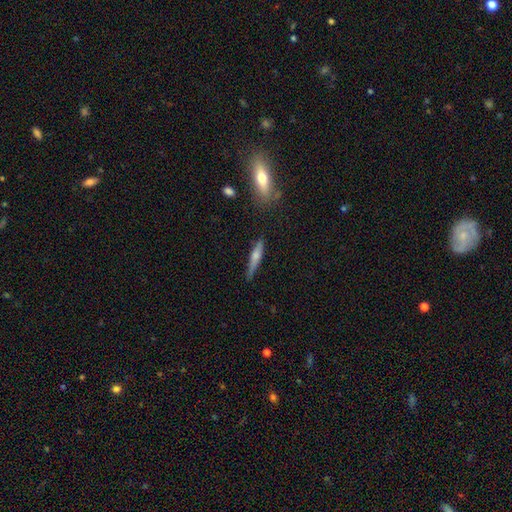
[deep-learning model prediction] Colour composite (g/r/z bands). It shows a smooth galaxy with no disk features (57%) that is cigar-shaped (87%). Merging: none (74%).